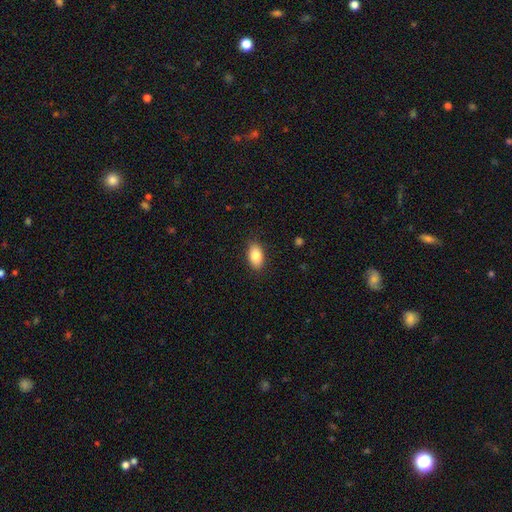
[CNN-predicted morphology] Q: Smooth or featured?
A: smooth (84%); runner-up: featured or disk (9%)
Q: How rounded?
A: in between (92%); runner-up: round (6%)
Q: Merging?
A: none (88%); runner-up: minor disturbance (9%)